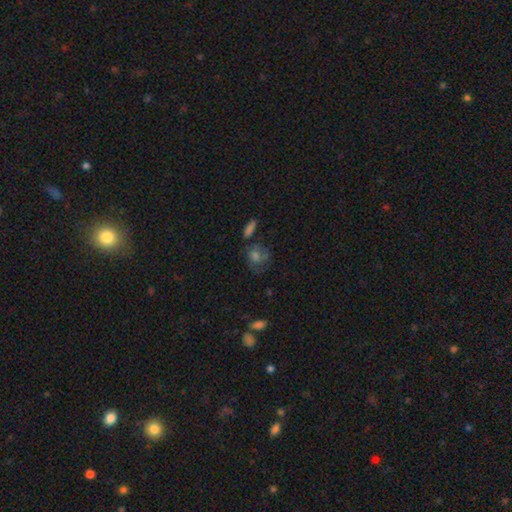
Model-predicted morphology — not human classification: This is possibly a smooth galaxy (50%). Merging: possibly none (53%).